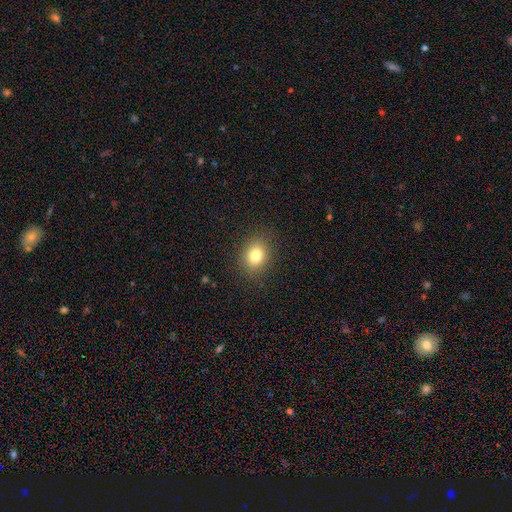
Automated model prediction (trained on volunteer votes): Smooth or featured? smooth (79%)
How rounded? round (55%)
Merging? none (88%)